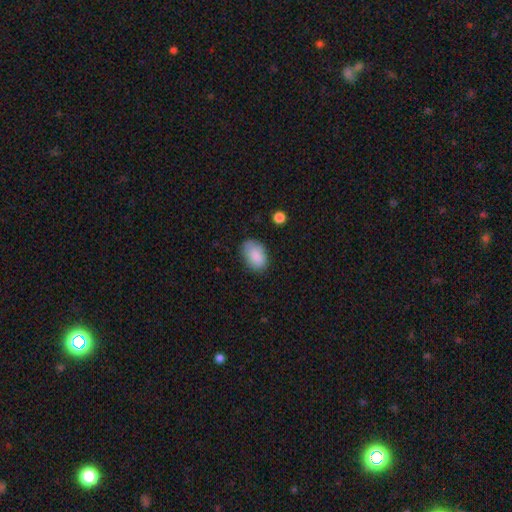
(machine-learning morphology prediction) smooth_or_featured: smooth (p=0.88) [alt: star or artifact p=0.07]
how_rounded: in between (p=0.87) [alt: round p=0.12]
merging: none (p=0.77) [alt: minor disturbance p=0.17]